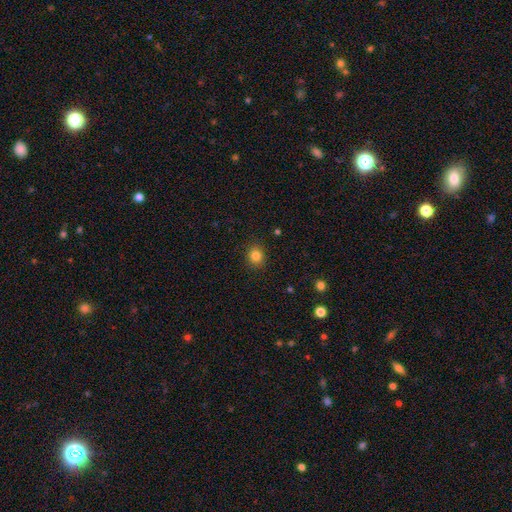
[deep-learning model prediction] Morphology: type=smooth (83%); roundness=round (76%); merging=none (90%).